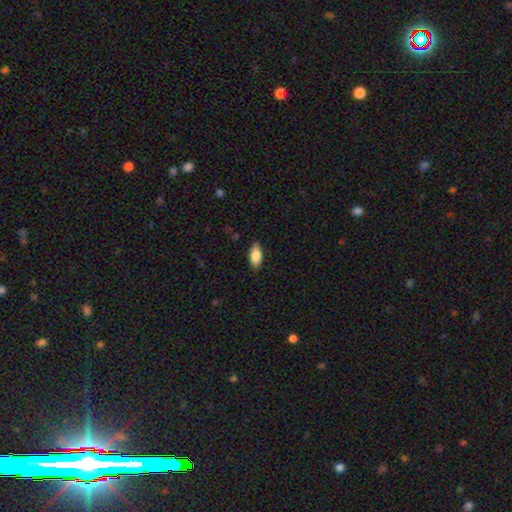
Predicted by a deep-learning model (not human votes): Smooth or featured: smooth — 82% (featured or disk — 12%)
How rounded: in between — 87% (cigar-shaped — 10%)
Merging: none — 87% (minor disturbance — 10%)